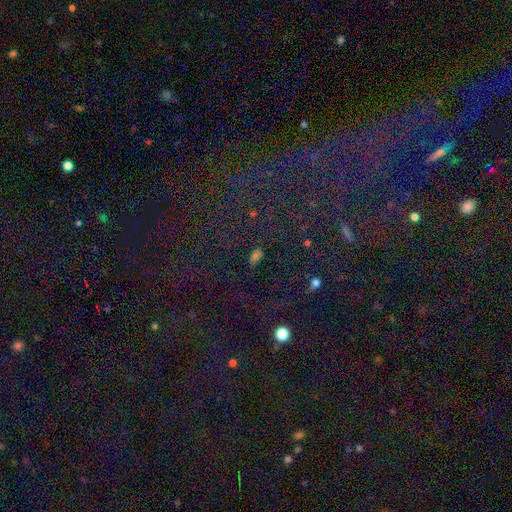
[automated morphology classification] The model was most divided on "smooth or featured": smooth: 52%, star or artifact: 40%, featured or disk: 8%. More confident: how rounded — in between (80%); merging — none (73%).